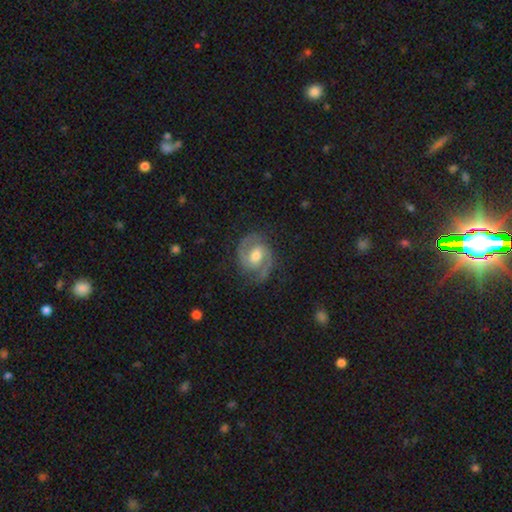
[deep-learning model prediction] A featured or disk galaxy (86%) with a weak bar (48%), 2 (91%) medium (55%) spiral arms (97%) and a moderate central bulge (68%). Merging: none (76%).